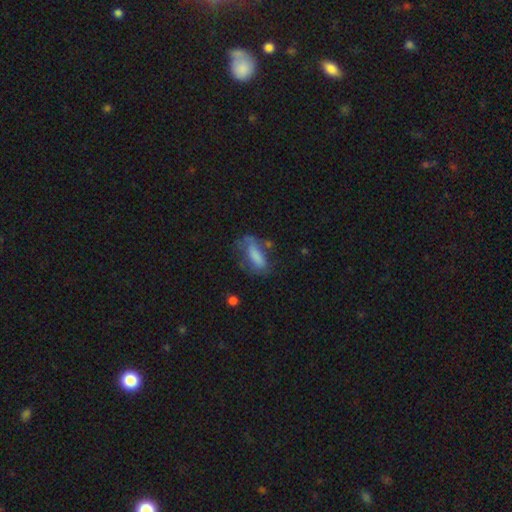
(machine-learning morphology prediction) A smooth galaxy with no disk features (66%) that is in between round and cigar-shaped (71%). Merging: none (39%).